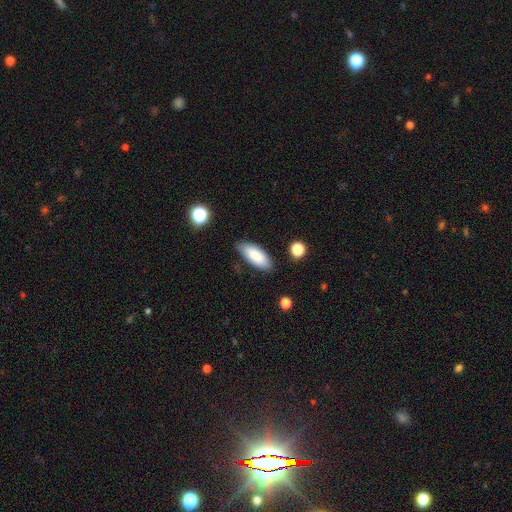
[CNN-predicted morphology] A smooth galaxy with no disk features (86%) that is in between round and cigar-shaped (81%).

Vote fractions:
- Smooth or featured? smooth: 86% / featured or disk: 8% / star or artifact: 6%
- How rounded? in between: 81% / cigar-shaped: 18% / round: 2%
- Merging? none: 82% / minor disturbance: 13% / major disturbance: 3% / merger: 2%